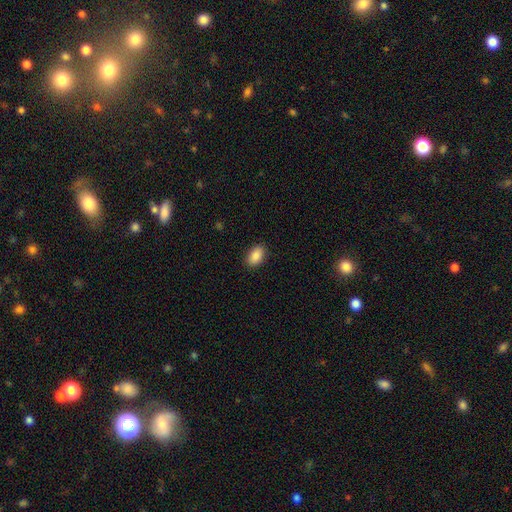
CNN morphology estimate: Q: Smooth or featured?
A: smooth (88%); runner-up: star or artifact (7%)
Q: How rounded?
A: in between (91%); runner-up: round (7%)
Q: Merging?
A: none (89%); runner-up: minor disturbance (8%)